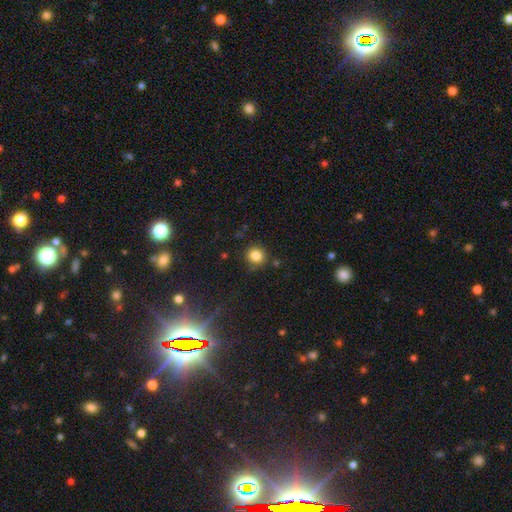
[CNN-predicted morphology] Q: Smooth or featured?
A: smooth (83%); runner-up: star or artifact (12%)
Q: How rounded?
A: round (90%); runner-up: in between (9%)
Q: Merging?
A: none (84%); runner-up: minor disturbance (10%)